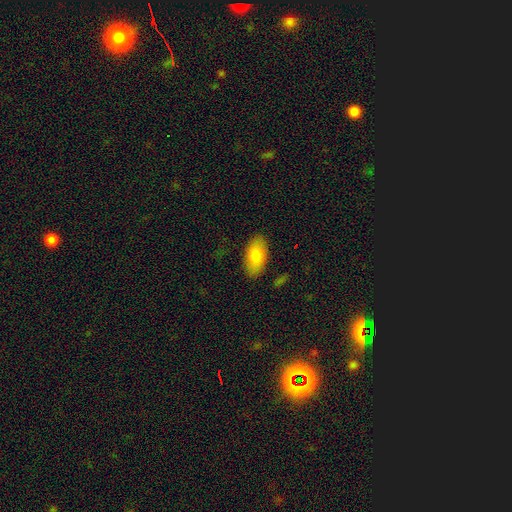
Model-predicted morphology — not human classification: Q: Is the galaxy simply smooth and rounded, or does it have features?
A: smooth — 82%.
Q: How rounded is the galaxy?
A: in between — 94%.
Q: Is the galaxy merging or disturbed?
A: none — 86%.